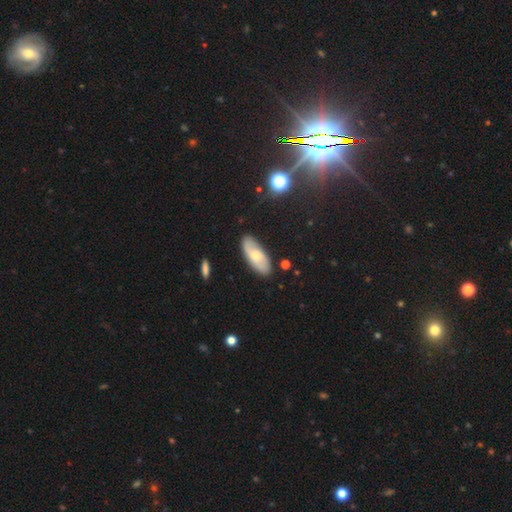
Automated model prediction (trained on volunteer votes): A smooth galaxy with no disk features (48%). Merging: none (82%).